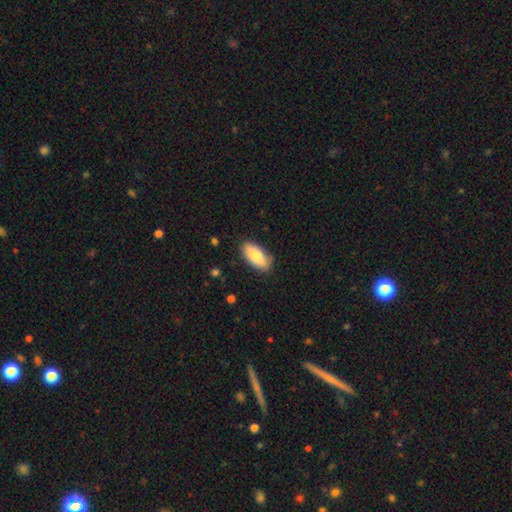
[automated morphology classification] Smooth or featured? Predicted: smooth (p=0.85). How rounded? Predicted: in between (p=0.88). Merging? Predicted: none (p=0.82).